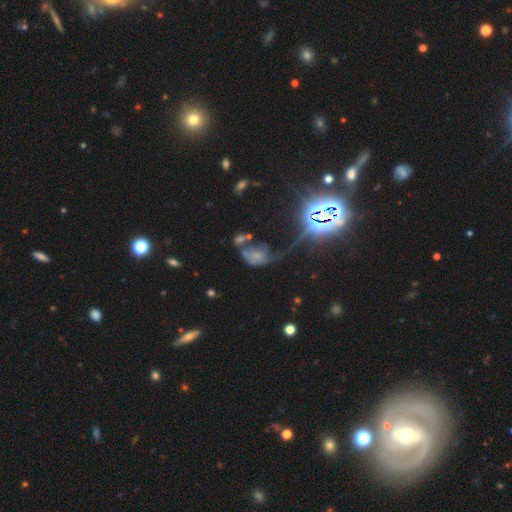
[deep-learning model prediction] A smooth galaxy with no disk features (35%). Merging: major disturbance (31%).